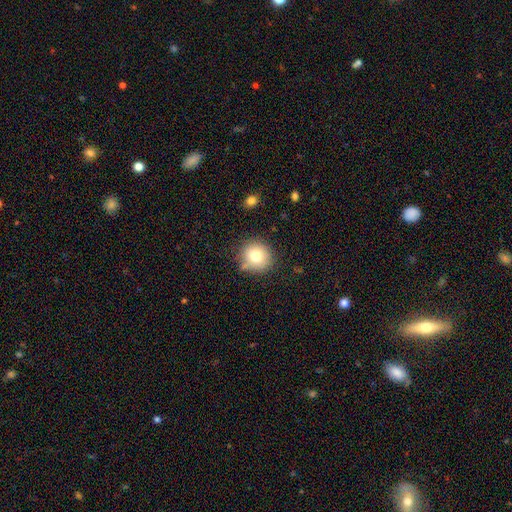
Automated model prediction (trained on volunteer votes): smooth_or_featured: smooth (p=0.76) [alt: featured or disk p=0.12]
how_rounded: round (p=0.91) [alt: in between p=0.08]
merging: none (p=0.79) [alt: minor disturbance p=0.13]